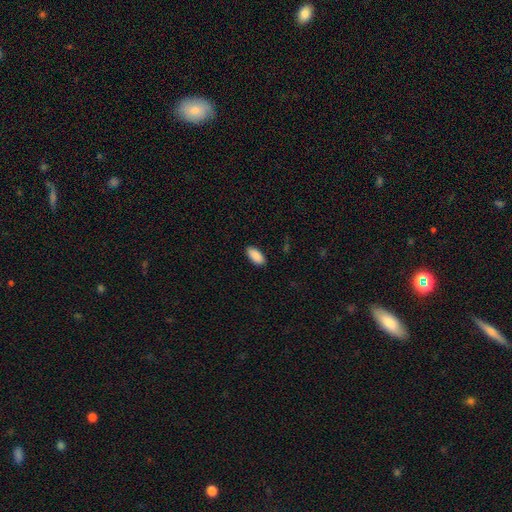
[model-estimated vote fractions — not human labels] smooth 91%, star or artifact 6%, featured or disk 3%. Down the decision tree: how rounded — in between (93%); merging — none (88%).